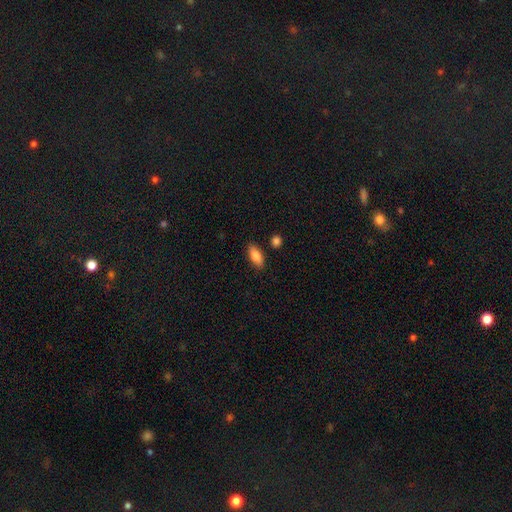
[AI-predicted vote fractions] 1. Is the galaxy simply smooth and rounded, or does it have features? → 83% smooth, 11% featured or disk, 7% star or artifact.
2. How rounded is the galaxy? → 84% in between, 13% cigar-shaped, 3% round.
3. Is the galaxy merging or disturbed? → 86% none, 10% minor disturbance, 3% merger, 2% major disturbance.